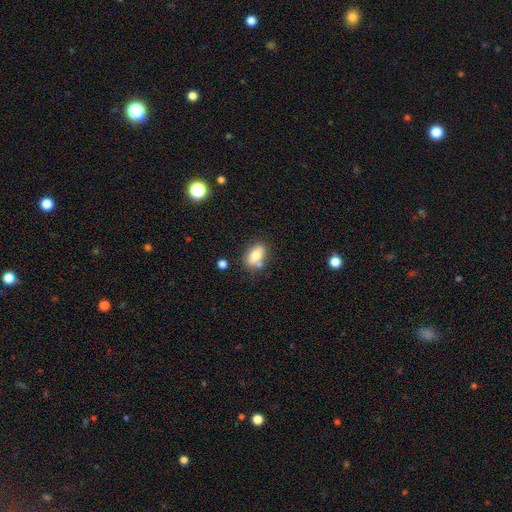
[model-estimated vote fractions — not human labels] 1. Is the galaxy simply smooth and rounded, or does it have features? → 75% smooth, 16% featured or disk, 8% star or artifact.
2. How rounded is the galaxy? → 86% in between, 9% round, 5% cigar-shaped.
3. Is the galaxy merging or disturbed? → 66% none, 16% minor disturbance, 14% merger, 4% major disturbance.